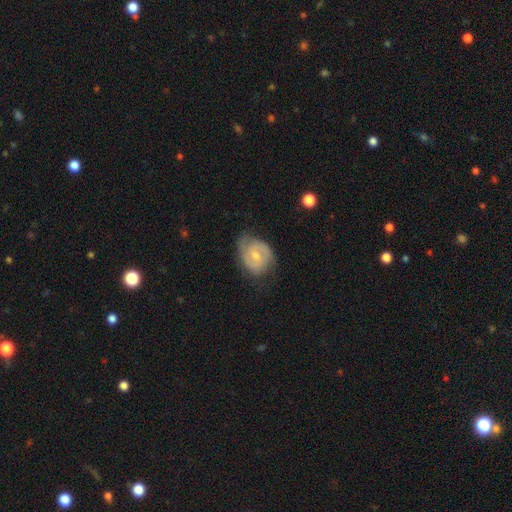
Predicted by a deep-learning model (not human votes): Smooth or featured? featured or disk (74%)
Edge-on disk? no (97%)
Bar? weak (47%)
Spiral arms? yes (91%)
Spiral winding? tight (50%)
Spiral arm count? 2 (74%)
Bulge size? moderate (52%)
Merging? none (65%)